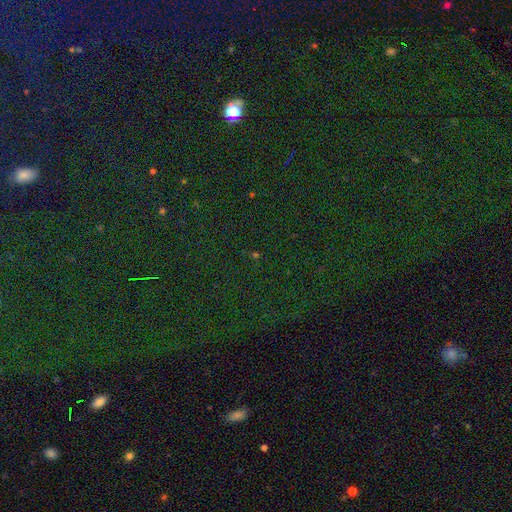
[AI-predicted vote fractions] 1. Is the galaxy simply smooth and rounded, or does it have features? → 75% star or artifact, 17% smooth, 8% featured or disk.